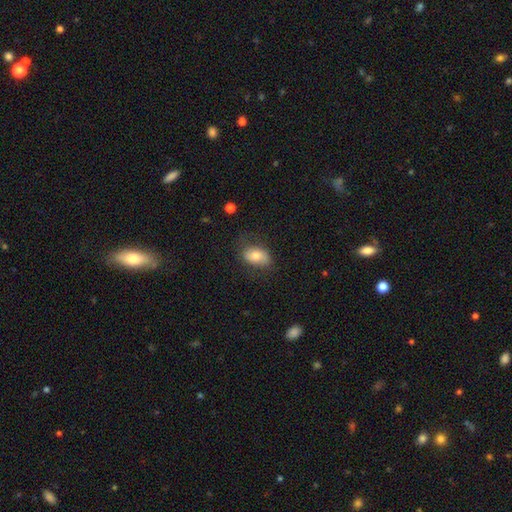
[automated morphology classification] This appears to be a smooth galaxy with no disk features (70%) that is in between round and cigar-shaped (87%). Merging: none (67%).